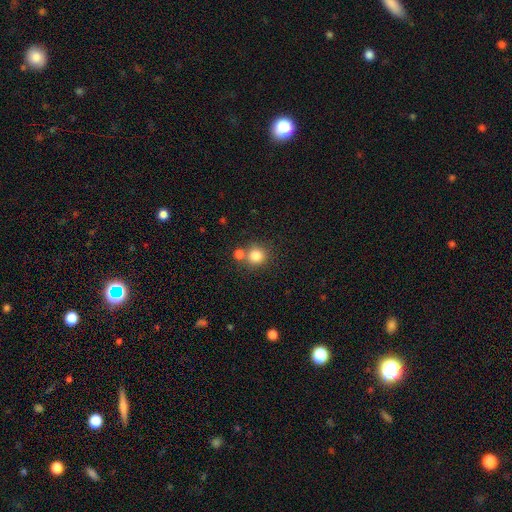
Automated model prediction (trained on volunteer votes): A smooth galaxy with no disk features (82%) that is round (90%). Merging: none (63%).